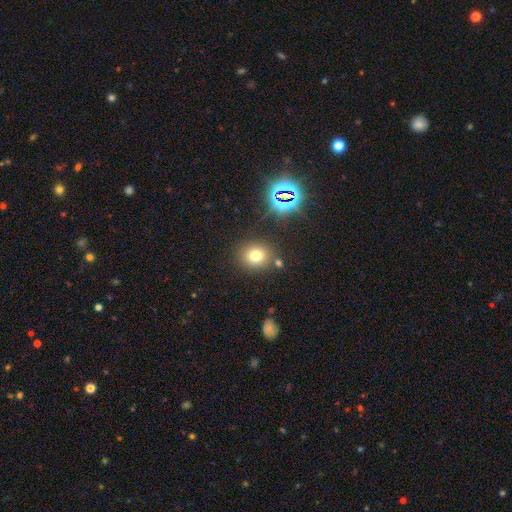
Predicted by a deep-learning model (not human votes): Overall: smooth (71%). How rounded: round (76%). Merging: none (80%).